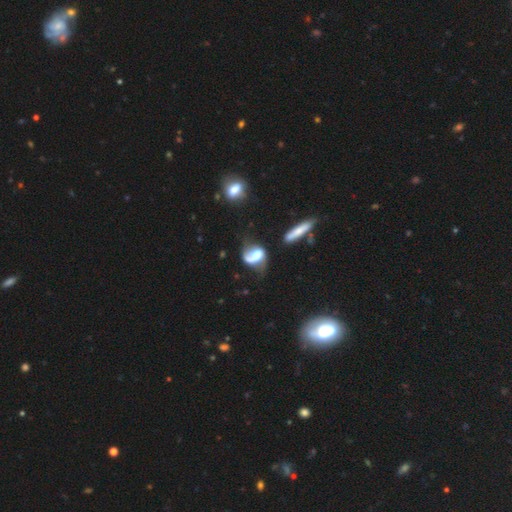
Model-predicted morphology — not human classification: smooth-or-featured: featured or disk: 69% | smooth: 24% | star or artifact: 7%
  disk-edge-on: no: 96% | yes: 4%
    bar: no: 53% | weak: 34% | strong: 14%
    has-spiral-arms: yes: 89% | no: 11%
      spiral-winding: loose: 55% | medium: 33% | tight: 12%
      spiral-arm-count: 2: 62% | 1: 31% | can't tell: 5% | 3: 1% | 4: 1% | more than 4: 1%
    bulge-size: moderate: 43% | large: 34% | small: 12% | none: 6% | dominant: 6%
  merging: none: 42% | major disturbance: 24% | minor disturbance: 23% | merger: 11%